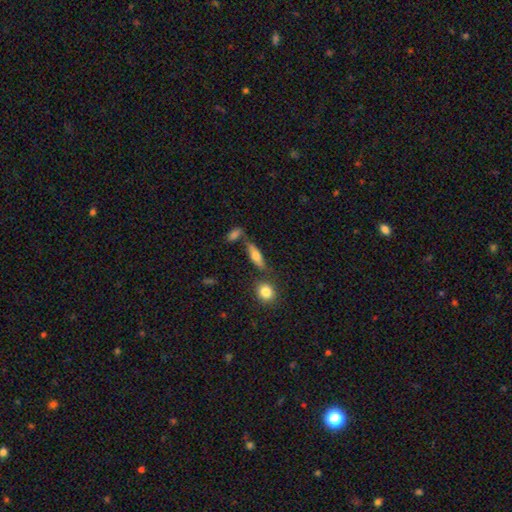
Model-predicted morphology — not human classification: Smooth or featured? smooth (61%)
How rounded? in between (48%)
Merging? none (67%)